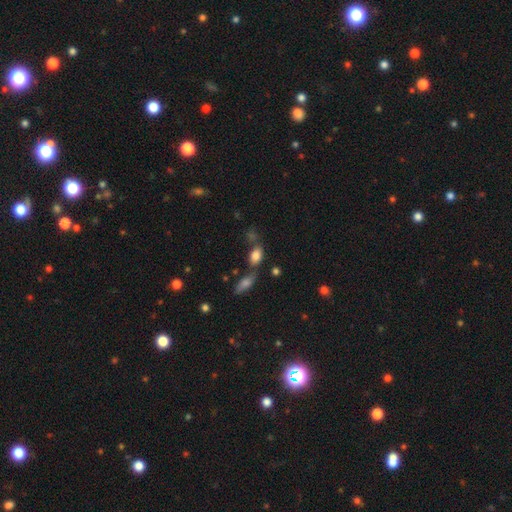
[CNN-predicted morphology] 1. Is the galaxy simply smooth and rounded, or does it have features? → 82% smooth, 10% star or artifact, 8% featured or disk.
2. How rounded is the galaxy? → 83% in between, 13% round, 4% cigar-shaped.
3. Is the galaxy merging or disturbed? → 55% none, 23% merger, 16% minor disturbance, 6% major disturbance.